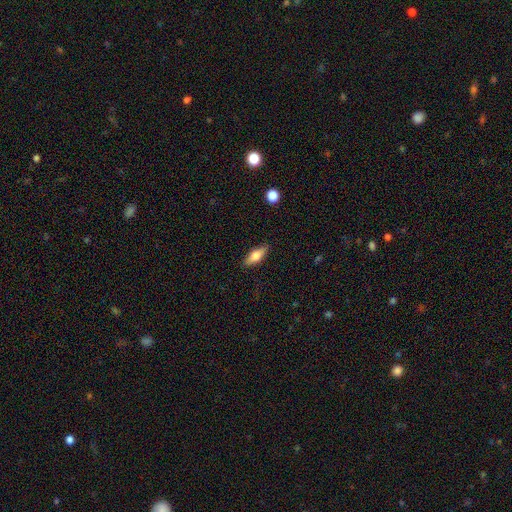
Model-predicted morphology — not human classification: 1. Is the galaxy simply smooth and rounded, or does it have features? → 57% smooth, 36% featured or disk, 7% star or artifact.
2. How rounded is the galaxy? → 61% in between, 35% cigar-shaped, 4% round.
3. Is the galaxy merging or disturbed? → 86% none, 10% minor disturbance, 2% major disturbance, 1% merger.